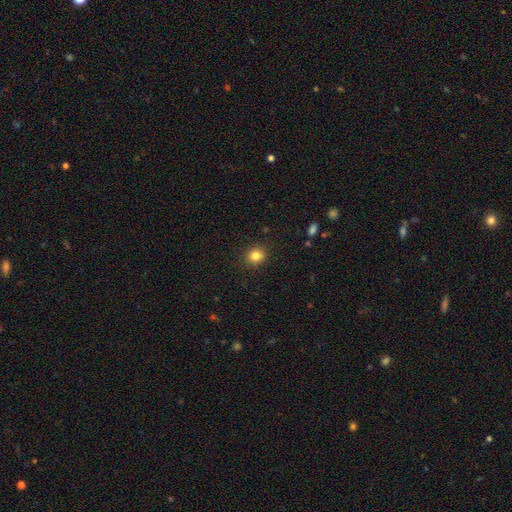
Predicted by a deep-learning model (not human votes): Q: Smooth or featured?
A: smooth (82%); runner-up: star or artifact (12%)
Q: How rounded?
A: round (84%); runner-up: in between (15%)
Q: Merging?
A: none (90%); runner-up: minor disturbance (7%)